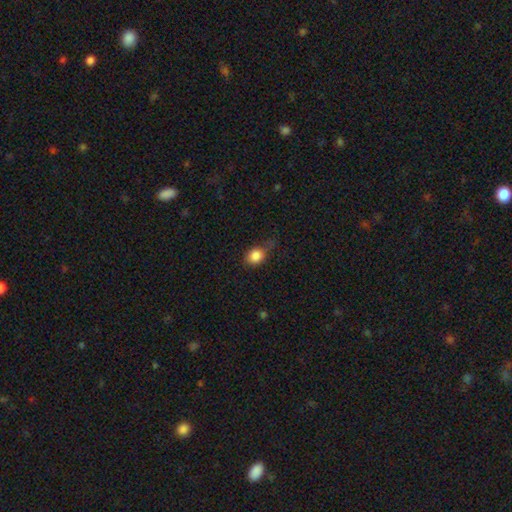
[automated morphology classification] Smooth or featured: smooth — 84% (star or artifact — 9%)
How rounded: round — 58% (in between — 41%)
Merging: none — 47% (minor disturbance — 35%)